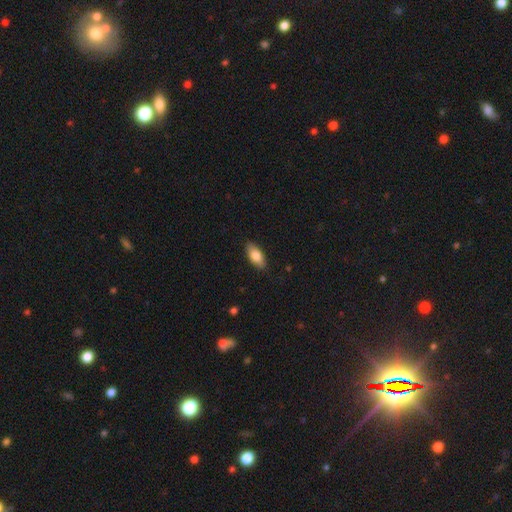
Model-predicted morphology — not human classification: This is likely a smooth galaxy (79%). How rounded: clearly in between (85%). Merging: clearly none (86%).